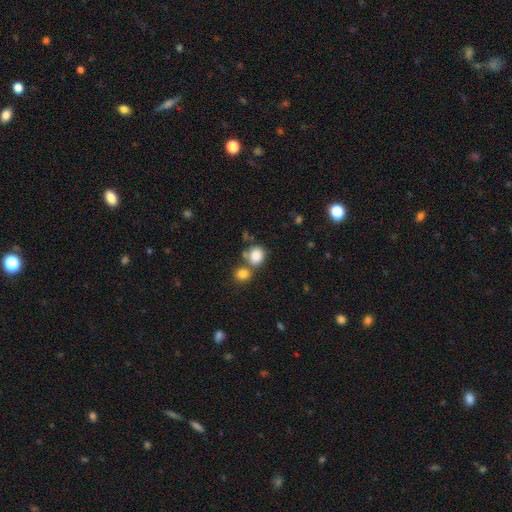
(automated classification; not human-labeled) A smooth galaxy with no disk features (84%) that is round (67%). Merging: none (51%).